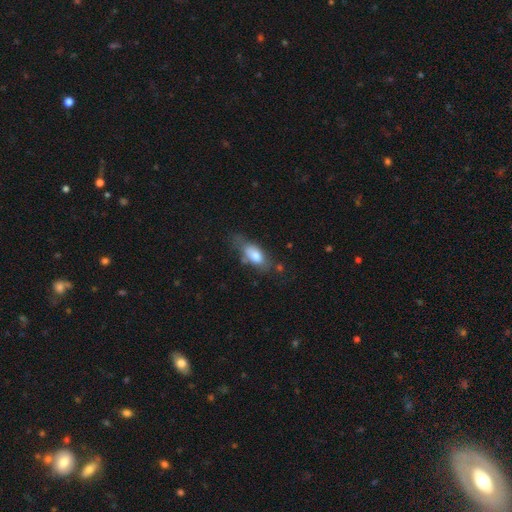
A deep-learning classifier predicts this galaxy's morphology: A smooth galaxy with no disk features (75%) that is in between round and cigar-shaped (84%).

Vote fractions:
- Smooth or featured? smooth: 75% / featured or disk: 18% / star or artifact: 7%
- How rounded? in between: 84% / cigar-shaped: 12% / round: 4%
- Merging? none: 49% / minor disturbance: 30% / major disturbance: 15% / merger: 6%